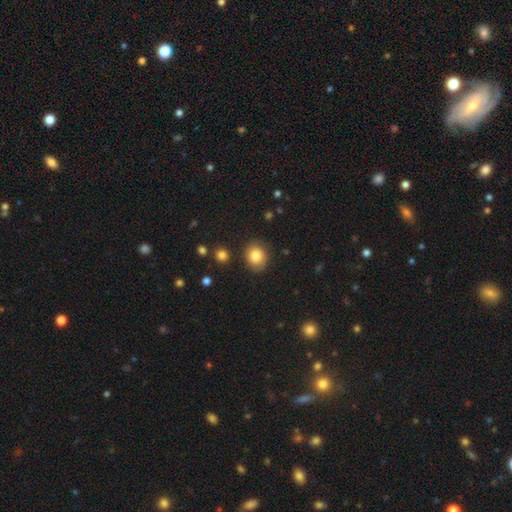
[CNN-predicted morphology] Smooth or featured? Predicted: smooth (p=0.79). How rounded? Predicted: round (p=0.70). Merging? Predicted: none (p=0.81).